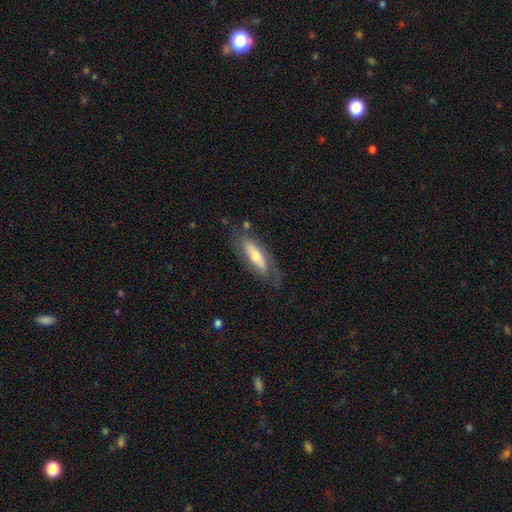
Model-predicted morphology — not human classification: Q: Smooth or featured?
A: featured or disk (59%); runner-up: smooth (35%)
Q: Edge-on disk?
A: no (67%); runner-up: yes (33%)
Q: Merging?
A: none (69%); runner-up: minor disturbance (19%)